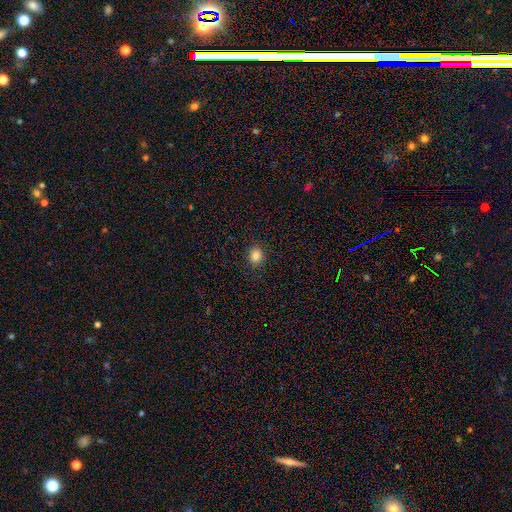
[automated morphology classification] Smooth or featured?
  - smooth: 84% *
  - star or artifact: 11%
  - featured or disk: 5%
How rounded?
  - round: 69% *
  - in between: 30%
  - cigar-shaped: 1%
Merging?
  - none: 90% *
  - minor disturbance: 7%
  - major disturbance: 2%
  - merger: 1%